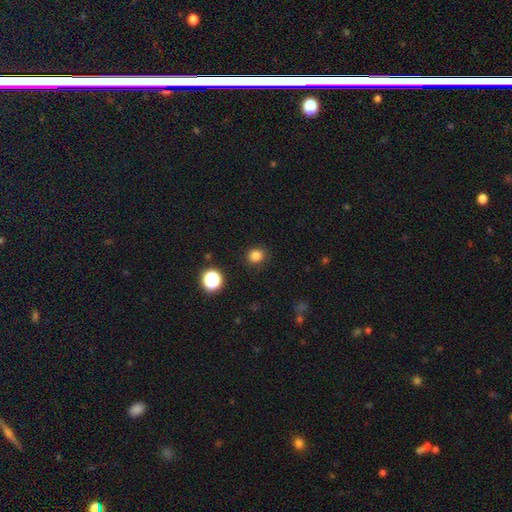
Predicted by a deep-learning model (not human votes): A smooth galaxy with no disk features (83%) that is round (79%). Merging: none (88%).